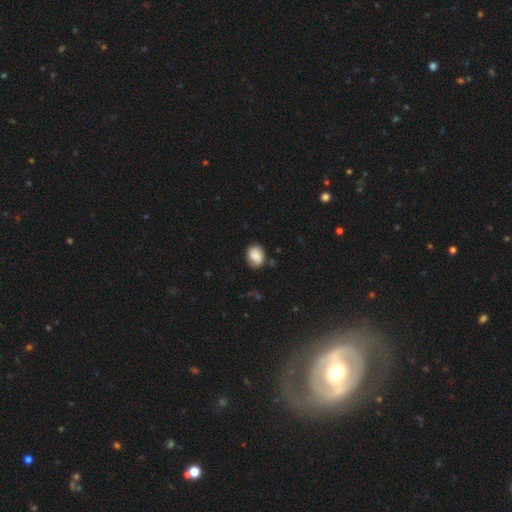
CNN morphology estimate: Smooth or featured?
  - smooth: 84% *
  - featured or disk: 8%
  - star or artifact: 8%
How rounded?
  - in between: 51% *
  - round: 48%
  - cigar-shaped: 1%
Merging?
  - none: 73% *
  - minor disturbance: 20%
  - major disturbance: 4%
  - merger: 2%